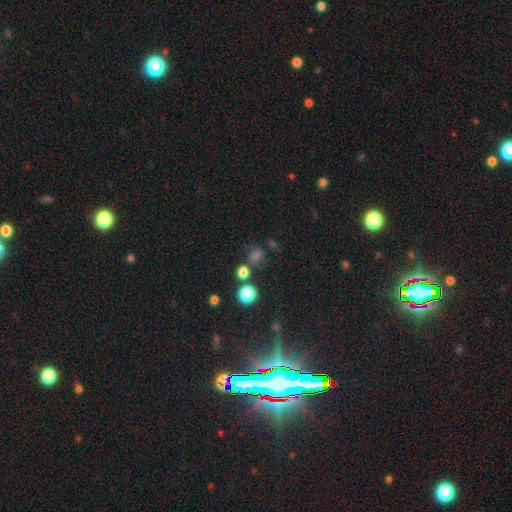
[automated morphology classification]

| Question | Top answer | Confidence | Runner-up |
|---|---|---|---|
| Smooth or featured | smooth | 56% | star or artifact (35%) |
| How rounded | round | 74% | in between (25%) |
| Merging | none | 67% | minor disturbance (13%) |